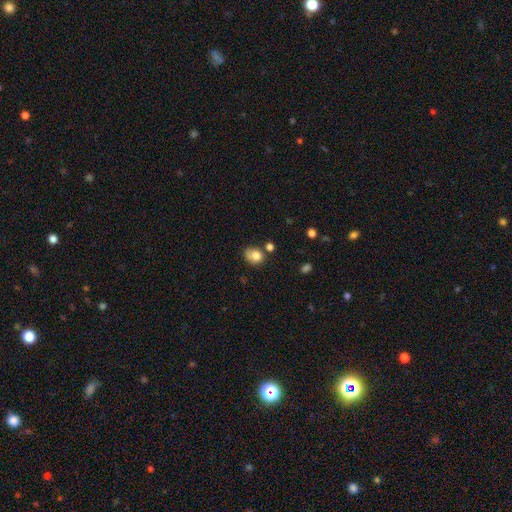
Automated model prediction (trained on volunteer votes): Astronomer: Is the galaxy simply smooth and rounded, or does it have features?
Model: smooth — 79%.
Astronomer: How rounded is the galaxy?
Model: round — 55% (runner-up: in between, 44%).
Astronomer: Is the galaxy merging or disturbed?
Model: none — 57%.